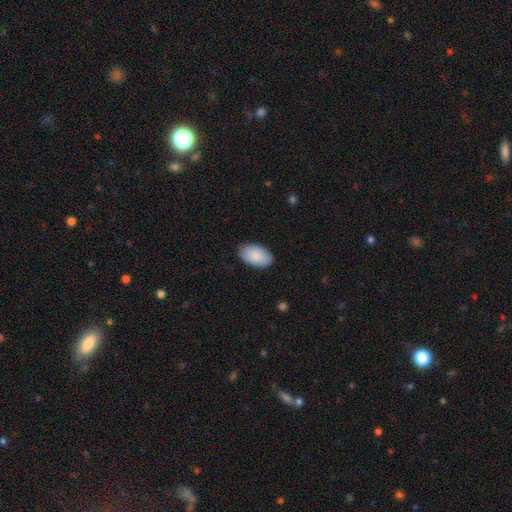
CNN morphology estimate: This appears to be a smooth galaxy with no disk features (90%) that is in between round and cigar-shaped (95%). Merging: none (88%).